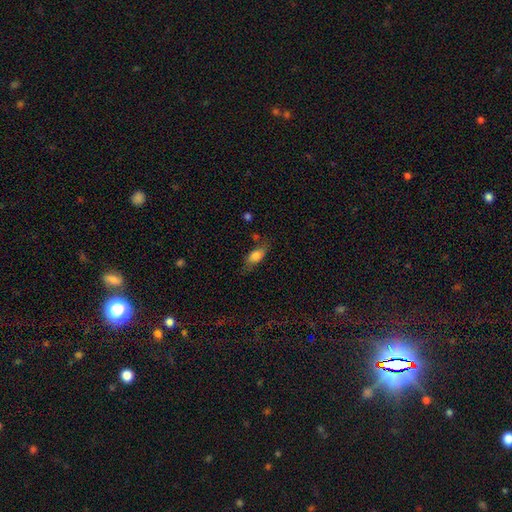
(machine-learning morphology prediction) smooth 77%, featured or disk 15%, star or artifact 8%. Down the decision tree: how rounded — in between (84%); merging — none (63%).